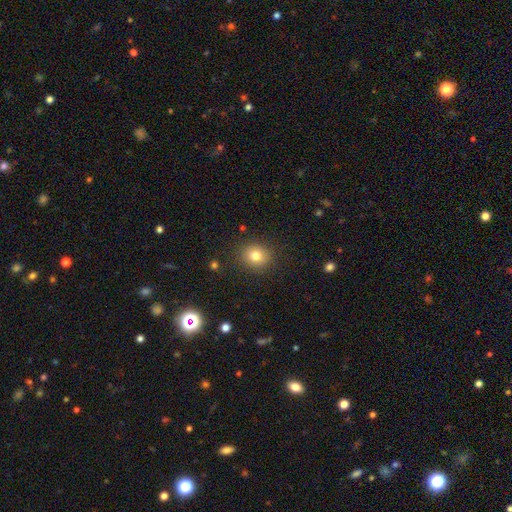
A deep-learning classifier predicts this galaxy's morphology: A smooth galaxy with no disk features (80%) that is round (77%).

Vote fractions:
- Smooth or featured? smooth: 80% / star or artifact: 12% / featured or disk: 8%
- How rounded? round: 77% / in between: 22% / cigar-shaped: 1%
- Merging? none: 88% / minor disturbance: 8% / major disturbance: 3% / merger: 1%